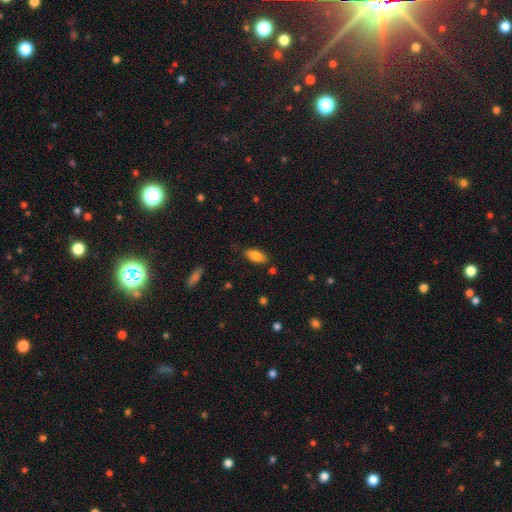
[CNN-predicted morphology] Smooth or featured? Predicted: smooth (p=0.84). How rounded? Predicted: in between (p=0.86). Merging? Predicted: none (p=0.81).